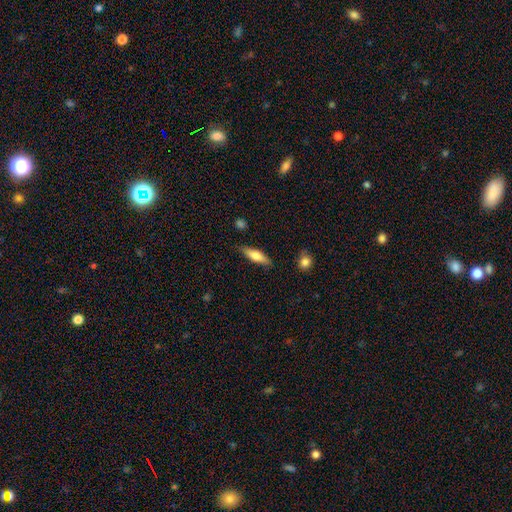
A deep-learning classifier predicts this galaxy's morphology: Overall: smooth (66%; featured or disk 29%). How rounded: cigar-shaped (58%; in between 40%). Merging: none (83%).